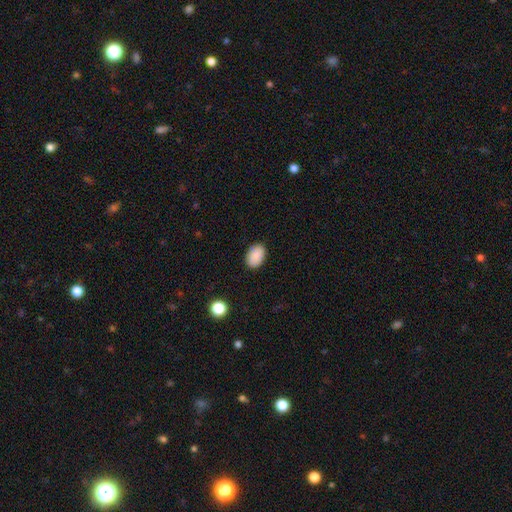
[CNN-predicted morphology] A smooth galaxy with no disk features (88%) that is in between round and cigar-shaped (88%).

Vote fractions:
- Smooth or featured? smooth: 88% / star or artifact: 7% / featured or disk: 4%
- How rounded? in between: 88% / round: 11% / cigar-shaped: 1%
- Merging? none: 88% / minor disturbance: 9% / major disturbance: 2% / merger: 1%